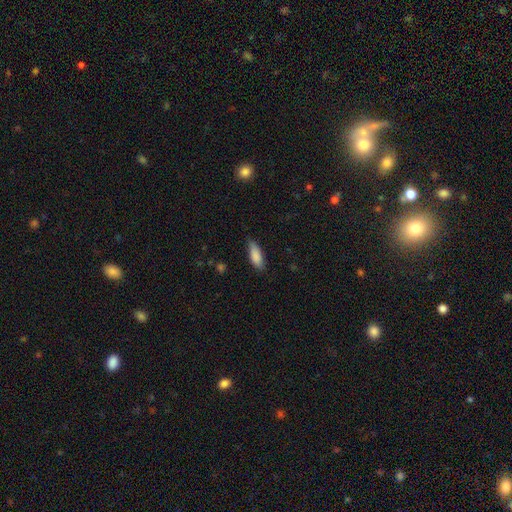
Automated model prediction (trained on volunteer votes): The model was most divided on "merging": none: 68%, minor disturbance: 26%, major disturbance: 4%, merger: 1%. More confident: smooth or featured — smooth (86%); how rounded — in between (74%).